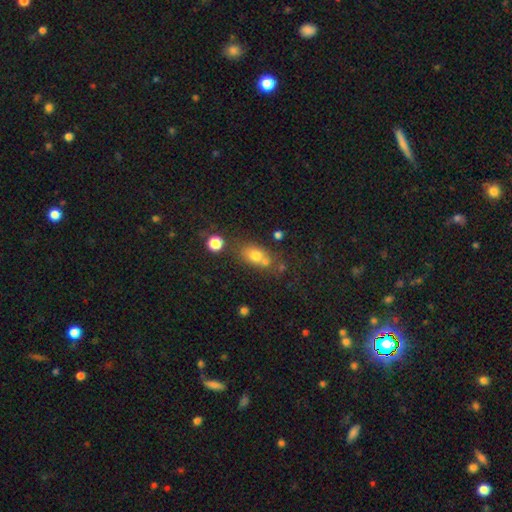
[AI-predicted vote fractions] Smooth or featured? Predicted: smooth (p=0.72). How rounded? Predicted: in between (p=0.60). Merging? Predicted: none (p=0.52).